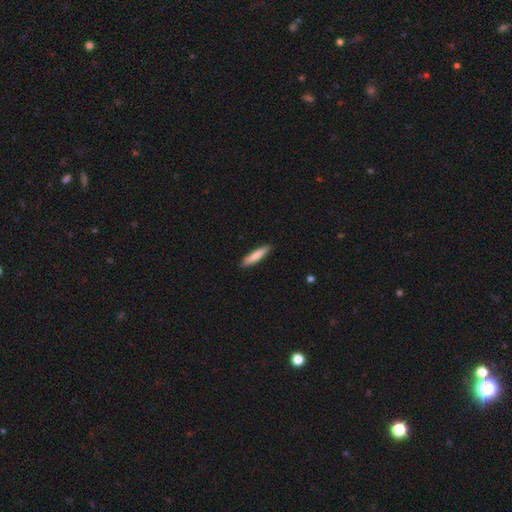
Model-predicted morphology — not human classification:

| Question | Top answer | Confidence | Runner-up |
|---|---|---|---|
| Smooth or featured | smooth | 81% | featured or disk (14%) |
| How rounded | cigar-shaped | 87% | in between (11%) |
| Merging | none | 89% | minor disturbance (8%) |